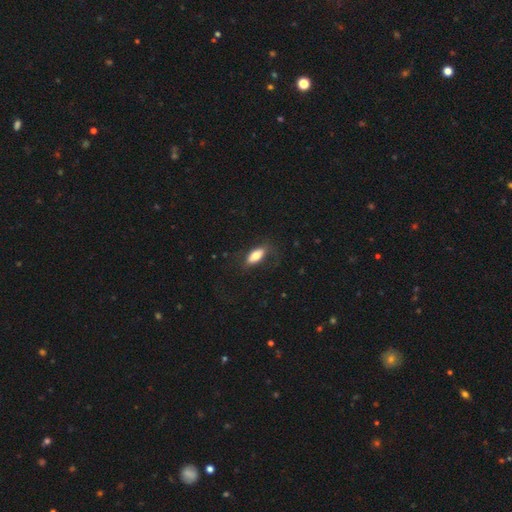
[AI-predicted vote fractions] smooth_or_featured: smooth (p=0.75) [alt: featured or disk p=0.18]
how_rounded: in between (p=0.81) [alt: cigar-shaped p=0.16]
merging: none (p=0.68) [alt: minor disturbance p=0.19]